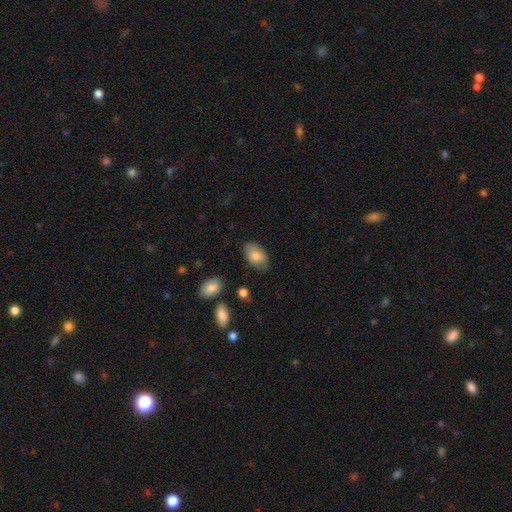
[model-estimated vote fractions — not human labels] Smooth or featured? smooth (82%)
How rounded? in between (92%)
Merging? none (75%)